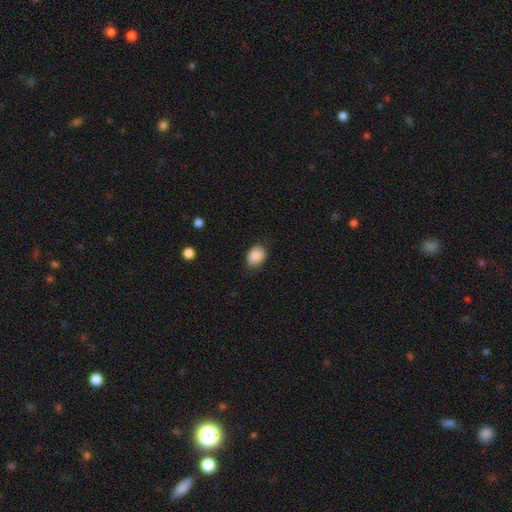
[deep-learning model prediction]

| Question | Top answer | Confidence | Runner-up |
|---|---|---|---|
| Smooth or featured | smooth | 88% | star or artifact (7%) |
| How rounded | in between | 73% | round (26%) |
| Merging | none | 76% | minor disturbance (20%) |